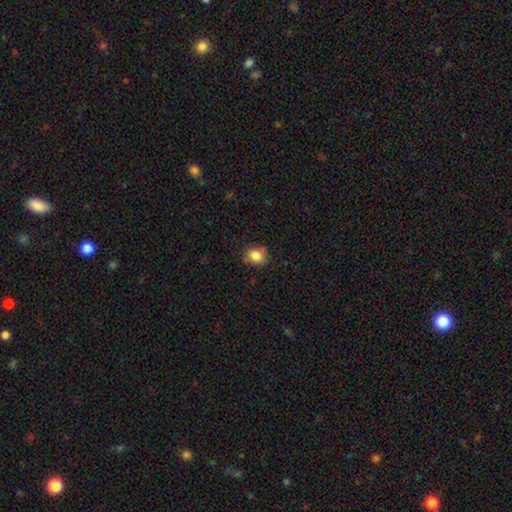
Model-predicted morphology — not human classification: smooth_or_featured: smooth (p=0.84) [alt: star or artifact p=0.10]
how_rounded: round (p=0.66) [alt: in between p=0.33]
merging: none (p=0.80) [alt: minor disturbance p=0.15]